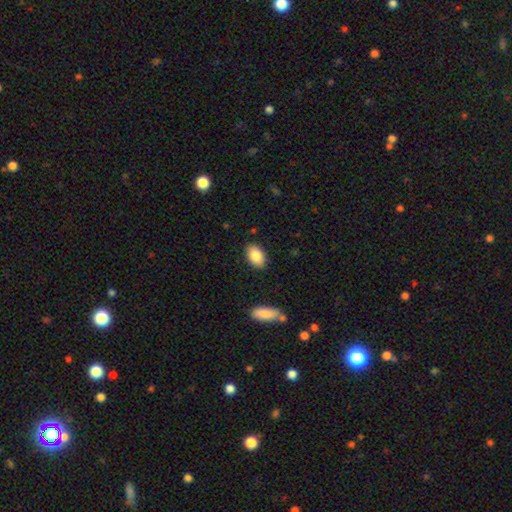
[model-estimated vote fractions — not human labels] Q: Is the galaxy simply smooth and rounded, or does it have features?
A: smooth — 86%.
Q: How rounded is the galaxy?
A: in between — 92%.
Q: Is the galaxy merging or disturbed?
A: none — 87%.